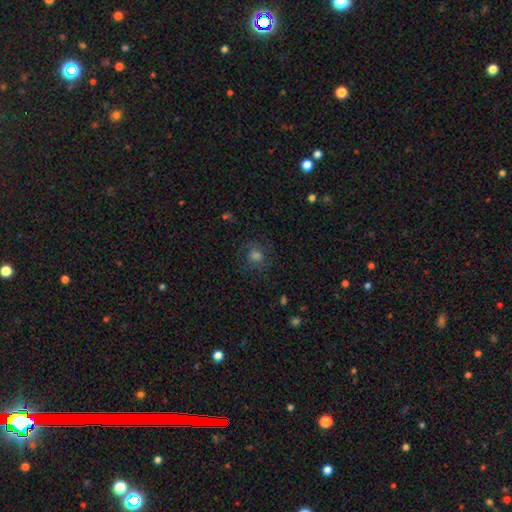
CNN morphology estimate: Overall: smooth (50%; star or artifact 25%). Merging: none (76%).